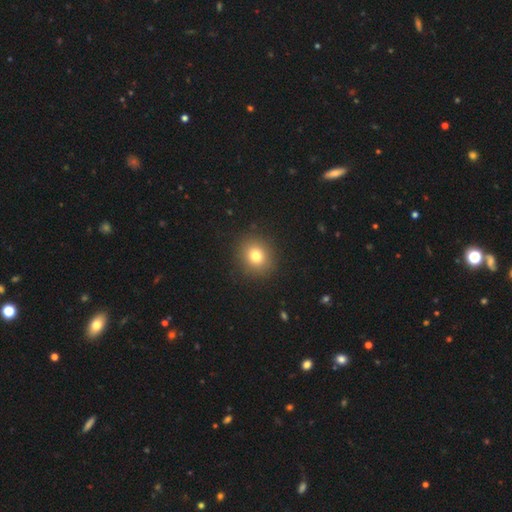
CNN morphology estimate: Overall: smooth (78%). How rounded: round (81%). Merging: none (90%).